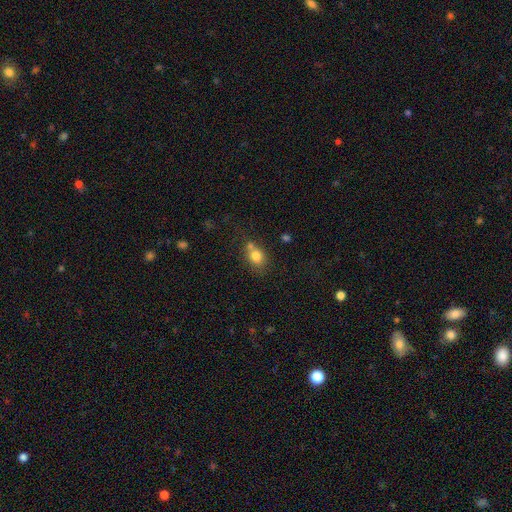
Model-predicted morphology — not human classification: A smooth galaxy with no disk features (78%) that is round (52%). Merging: none (50%).